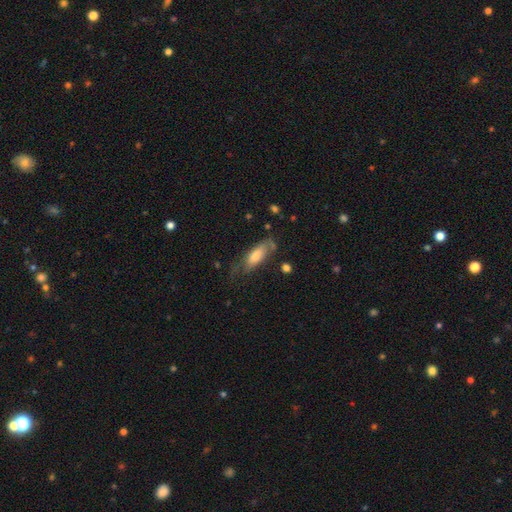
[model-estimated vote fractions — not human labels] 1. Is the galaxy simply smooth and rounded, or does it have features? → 58% smooth, 35% featured or disk, 7% star or artifact.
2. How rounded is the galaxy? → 63% in between, 34% cigar-shaped, 2% round.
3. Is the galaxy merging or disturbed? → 49% none, 30% minor disturbance, 18% major disturbance, 3% merger.